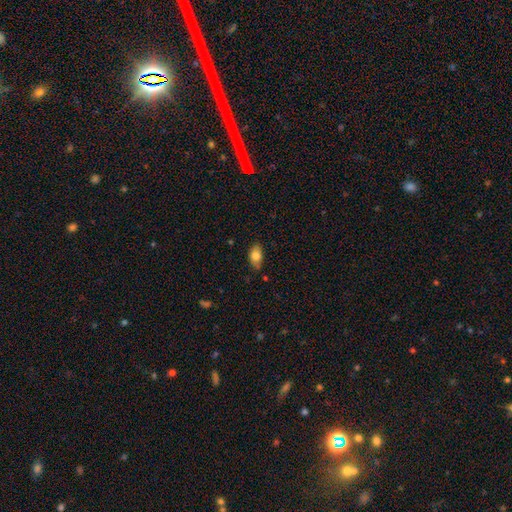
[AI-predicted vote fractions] Morphology: type=smooth (79%); roundness=in between (88%); merging=none (73%).